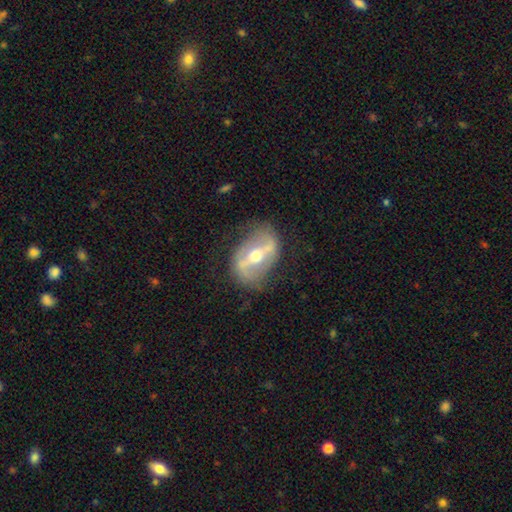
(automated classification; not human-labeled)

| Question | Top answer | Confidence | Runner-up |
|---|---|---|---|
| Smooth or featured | featured or disk | 79% | smooth (15%) |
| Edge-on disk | no | 89% | yes (11%) |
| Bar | strong | 66% | weak (23%) |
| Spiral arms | yes | 59% | no (41%) |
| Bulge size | moderate | 71% | small (21%) |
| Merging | none | 73% | minor disturbance (17%) |